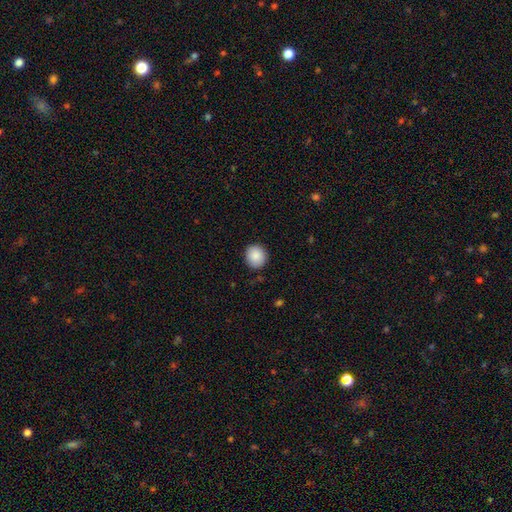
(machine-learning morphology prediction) smooth-or-featured: smooth: 88% | star or artifact: 8% | featured or disk: 4%
  how-rounded: round: 88% | in between: 11% | cigar-shaped: 1%
  merging: none: 89% | minor disturbance: 8% | major disturbance: 2% | merger: 1%